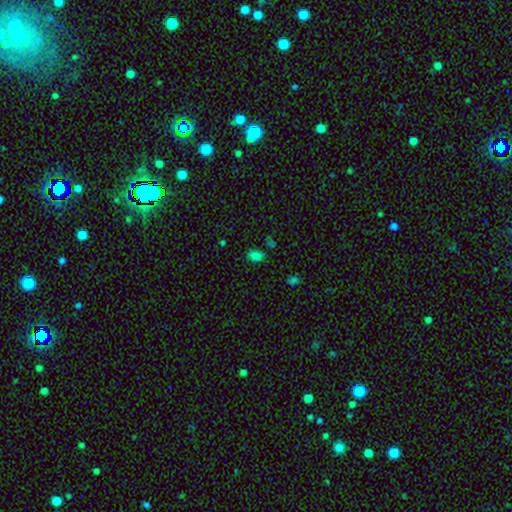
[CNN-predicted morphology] type=smooth (78%); roundness=in between (82%); merging=none (78%).